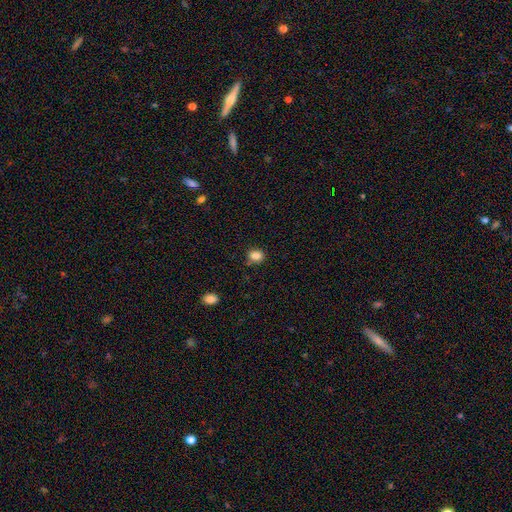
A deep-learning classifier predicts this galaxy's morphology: A smooth galaxy with no disk features (84%) that is in between round and cigar-shaped (55%). Merging: none (72%).